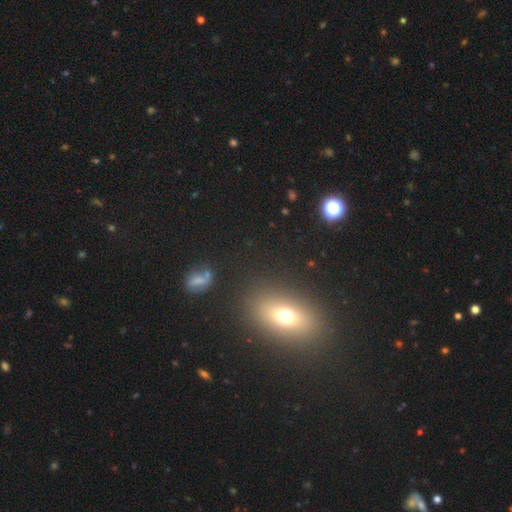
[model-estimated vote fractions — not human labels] Q: Smooth or featured?
A: smooth (59%); runner-up: star or artifact (24%)
Q: How rounded?
A: in between (76%); runner-up: round (16%)
Q: Merging?
A: none (86%); runner-up: minor disturbance (8%)